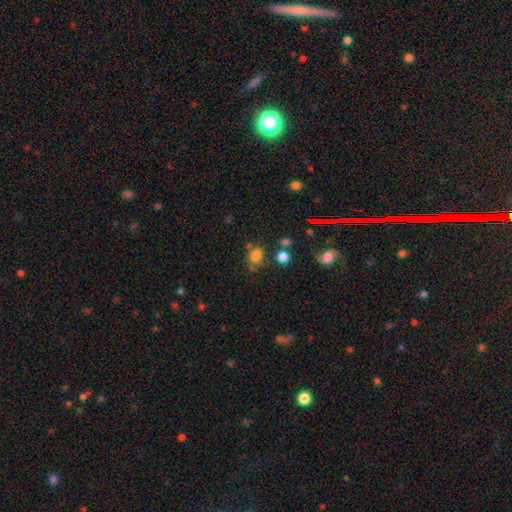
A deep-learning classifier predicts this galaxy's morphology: smooth_or_featured: smooth (p=0.73) [alt: star or artifact p=0.17]
how_rounded: round (p=0.52) [alt: in between p=0.46]
merging: none (p=0.53) [alt: minor disturbance p=0.21]